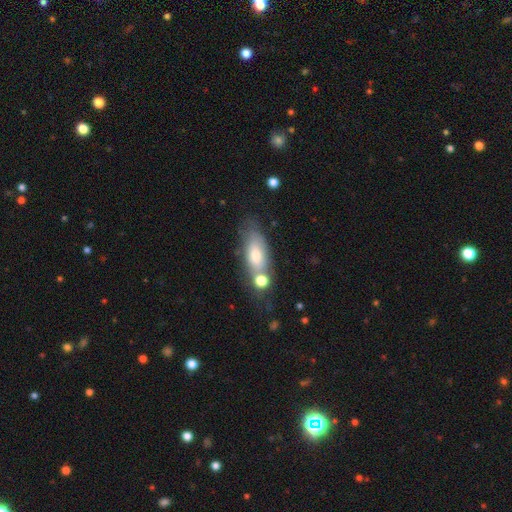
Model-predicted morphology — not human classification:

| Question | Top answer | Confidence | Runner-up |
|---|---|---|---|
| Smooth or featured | smooth | 66% | featured or disk (26%) |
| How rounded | in between | 75% | cigar-shaped (20%) |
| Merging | none | 52% | merger (22%) |